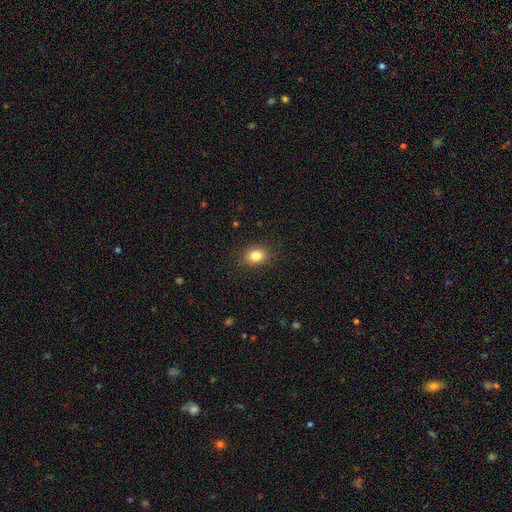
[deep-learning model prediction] Smooth or featured? Predicted: smooth (p=0.83). How rounded? Predicted: round (p=0.50). Merging? Predicted: none (p=0.88).